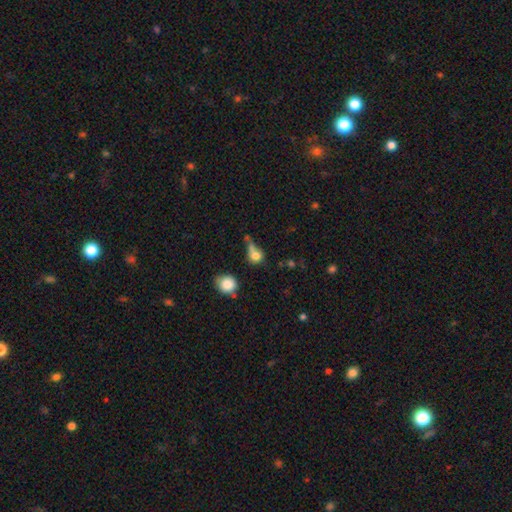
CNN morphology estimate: This is likely a smooth galaxy (75%). How rounded: likely round (75%). Merging: marginally none (38%).